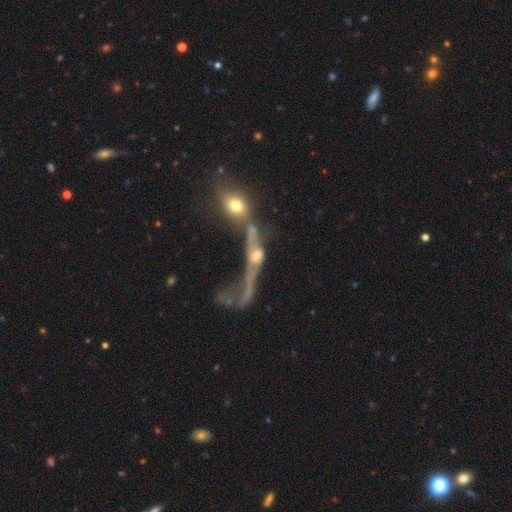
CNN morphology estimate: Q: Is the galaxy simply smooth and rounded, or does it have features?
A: featured or disk — 58%.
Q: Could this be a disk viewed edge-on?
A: no — 65%.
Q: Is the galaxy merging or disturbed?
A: merger — 55%.